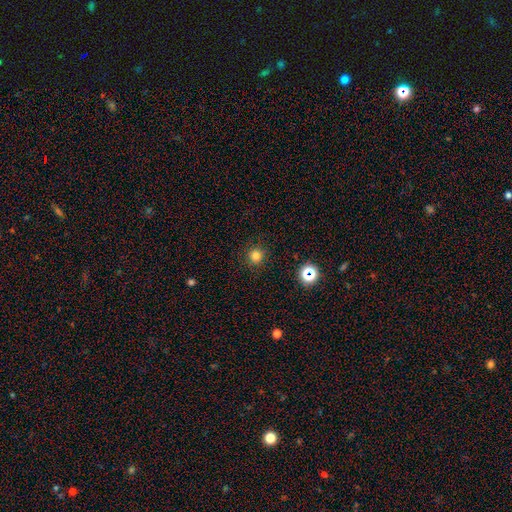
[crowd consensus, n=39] Smooth or featured?
  - smooth: 92% *
  - star or artifact: 5%
  - featured or disk: 3%
How rounded?
  - round: 94% *
  - in between: 6%
  - cigar-shaped: 0%
Merging?
  - none: 92% *
  - minor disturbance: 8%
  - major disturbance: 0%
  - merger: 0%